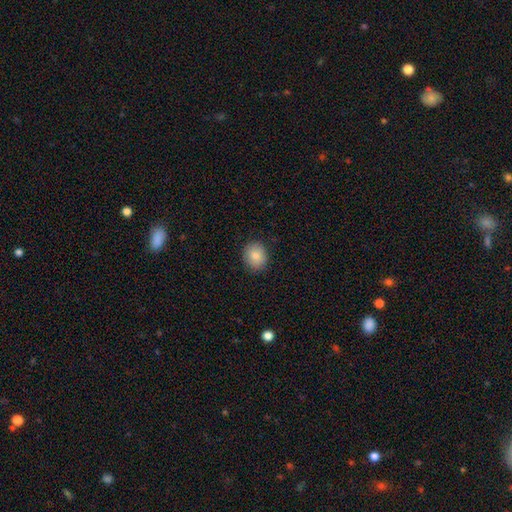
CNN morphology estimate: The model was most divided on "how rounded": round: 60%, in between: 39%, cigar-shaped: 1%. More confident: merging — none (88%); smooth or featured — smooth (86%).